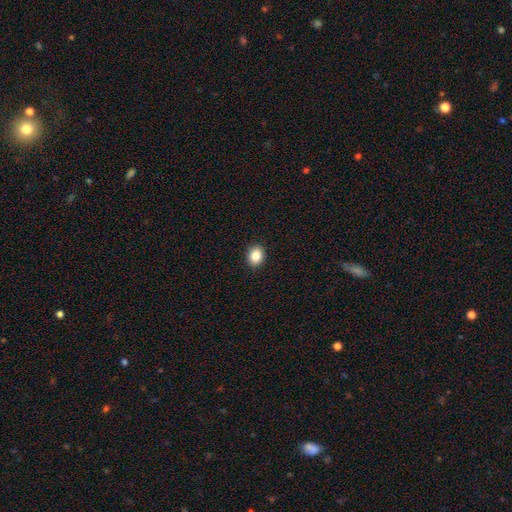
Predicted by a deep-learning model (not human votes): Smooth or featured?
  - smooth: 86% *
  - star or artifact: 9%
  - featured or disk: 5%
How rounded?
  - in between: 52% *
  - round: 47%
  - cigar-shaped: 1%
Merging?
  - none: 91% *
  - minor disturbance: 6%
  - major disturbance: 2%
  - merger: 1%